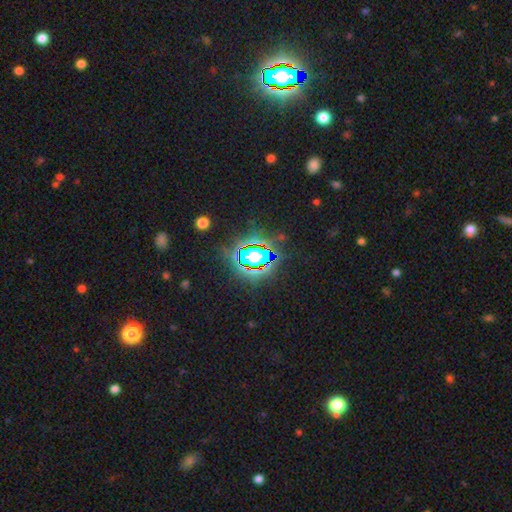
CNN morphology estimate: Smooth or featured? Predicted: star or artifact (p=0.79).